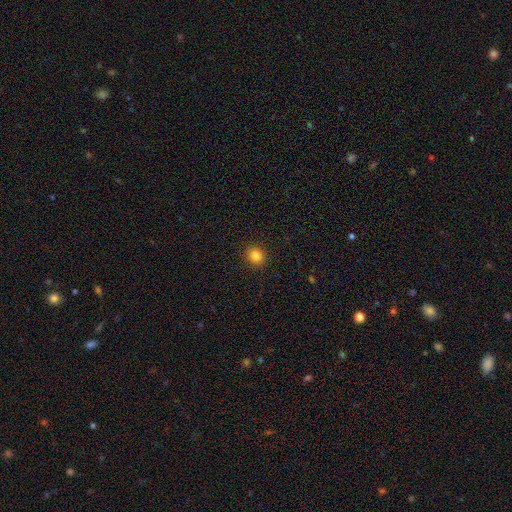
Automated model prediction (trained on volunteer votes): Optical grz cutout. It shows a smooth galaxy with no disk features (83%) that is round (83%). Merging: none (91%).